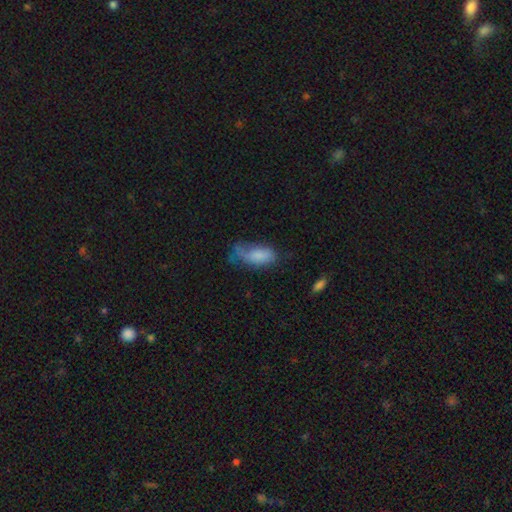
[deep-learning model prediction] Morphology: type=smooth (73%); roundness=in between (84%); merging=none (35%).